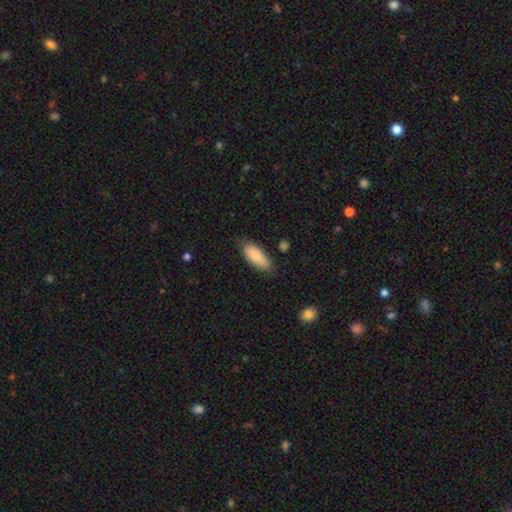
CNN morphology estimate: The model was most divided on "merging": none: 74%, minor disturbance: 20%, major disturbance: 4%, merger: 2%. More confident: how rounded — in between (82%); smooth or featured — smooth (82%).